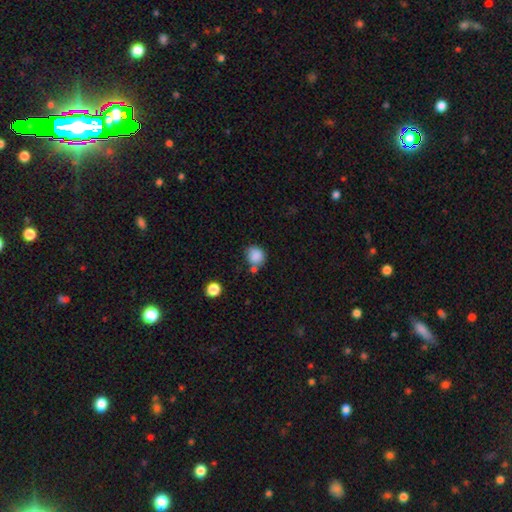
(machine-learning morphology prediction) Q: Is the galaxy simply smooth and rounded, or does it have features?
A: smooth — 86%.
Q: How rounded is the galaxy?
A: round — 79%.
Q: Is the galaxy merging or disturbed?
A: none — 61%.